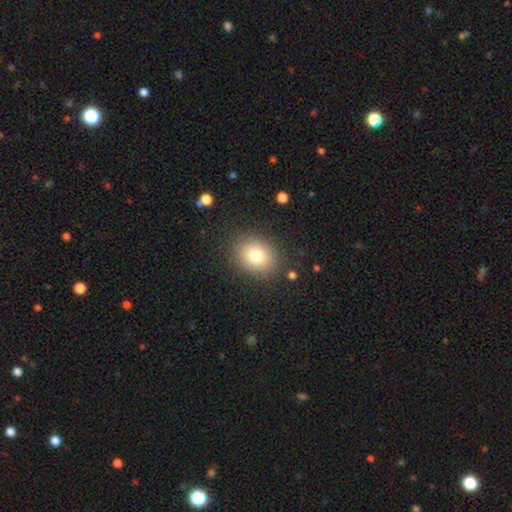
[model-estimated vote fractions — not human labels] A smooth galaxy with no disk features (78%) that is round (58%). Merging: none (87%).